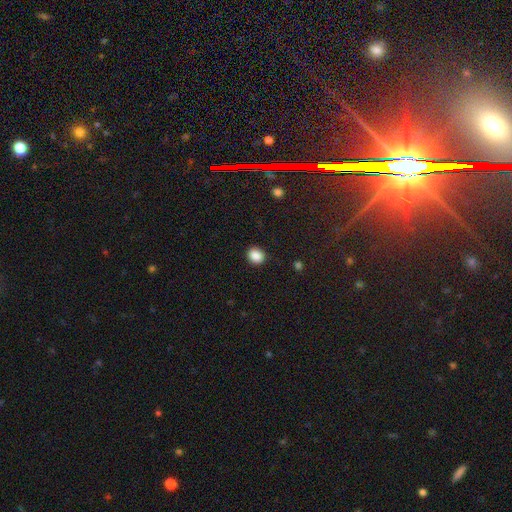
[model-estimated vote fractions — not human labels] Morphology: type=smooth (87%); roundness=round (73%); merging=none (90%).